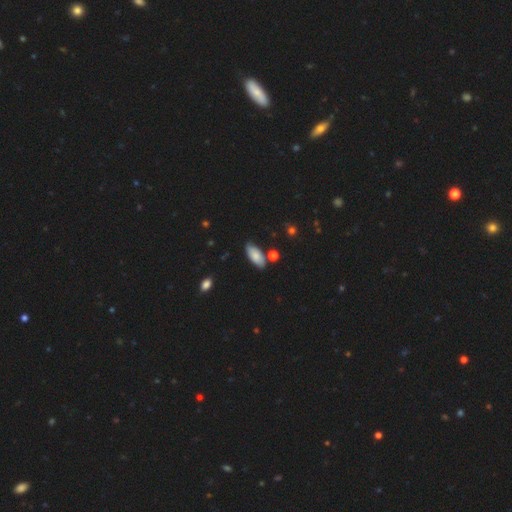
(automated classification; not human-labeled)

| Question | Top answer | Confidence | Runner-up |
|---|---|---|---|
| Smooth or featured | smooth | 79% | featured or disk (14%) |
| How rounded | in between | 88% | cigar-shaped (10%) |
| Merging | none | 77% | minor disturbance (15%) |